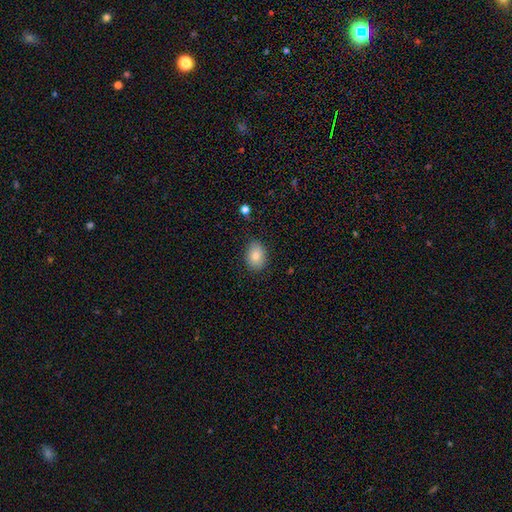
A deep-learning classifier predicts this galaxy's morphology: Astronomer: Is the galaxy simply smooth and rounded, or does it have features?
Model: smooth — 84%.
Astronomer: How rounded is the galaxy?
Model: in between — 72%.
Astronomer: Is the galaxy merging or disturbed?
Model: none — 84%.